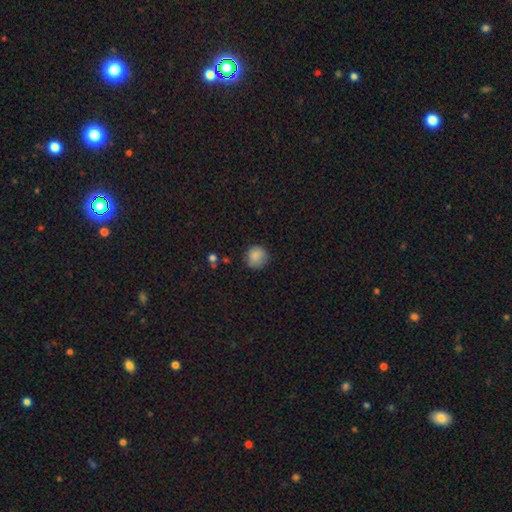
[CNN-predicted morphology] smooth_or_featured: smooth (p=0.86) [alt: star or artifact p=0.09]
how_rounded: round (p=0.91) [alt: in between p=0.08]
merging: none (p=0.80) [alt: minor disturbance p=0.15]